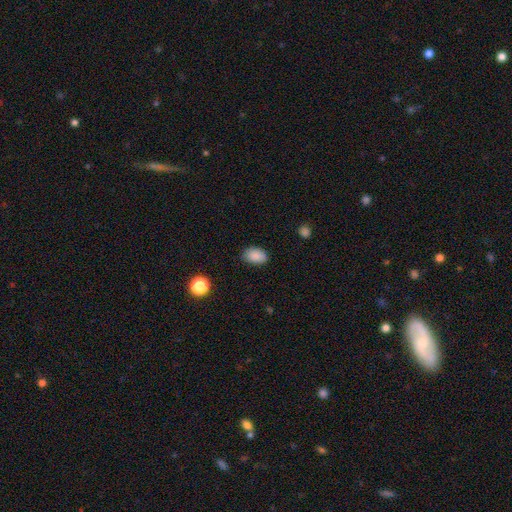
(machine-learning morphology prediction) This appears to be a smooth galaxy with no disk features (87%) that is in between round and cigar-shaped (86%). Merging: none (81%).